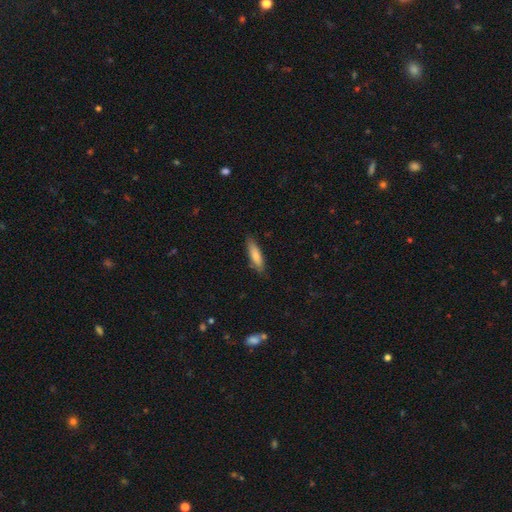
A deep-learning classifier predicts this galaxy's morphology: smooth-or-featured: smooth: 79% | featured or disk: 15% | star or artifact: 6%
  how-rounded: cigar-shaped: 63% | in between: 35% | round: 1%
  merging: none: 80% | minor disturbance: 16% | major disturbance: 3% | merger: 1%